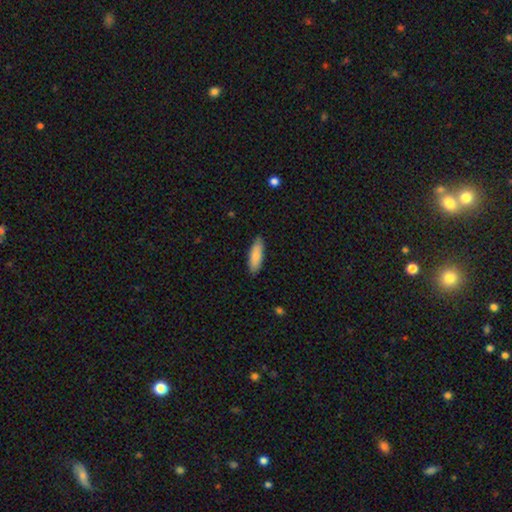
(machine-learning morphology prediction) smooth_or_featured: smooth (p=0.85) [alt: featured or disk p=0.09]
how_rounded: in between (p=0.59) [alt: cigar-shaped p=0.40]
merging: none (p=0.85) [alt: minor disturbance p=0.12]